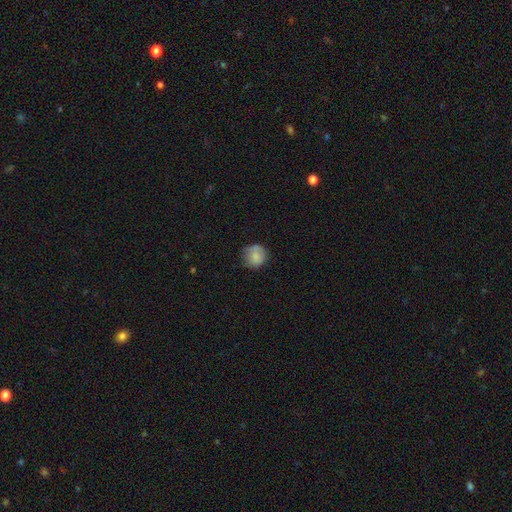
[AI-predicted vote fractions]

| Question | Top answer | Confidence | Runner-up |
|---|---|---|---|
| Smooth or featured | smooth | 78% | featured or disk (13%) |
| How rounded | round | 88% | in between (11%) |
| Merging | none | 71% | minor disturbance (21%) |